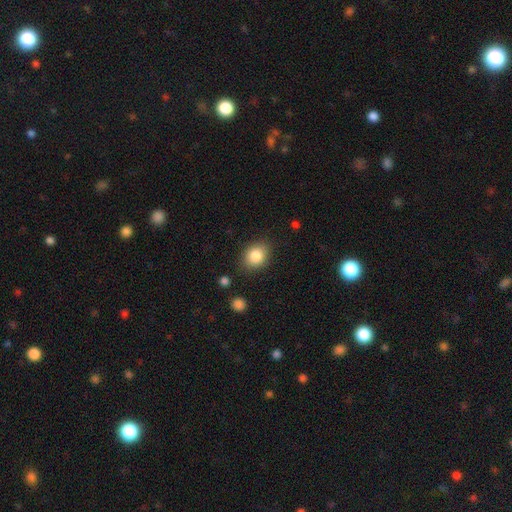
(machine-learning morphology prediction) The model was most divided on "how rounded": in between: 54%, round: 45%, cigar-shaped: 1%. More confident: smooth or featured — smooth (84%); merging — none (83%).